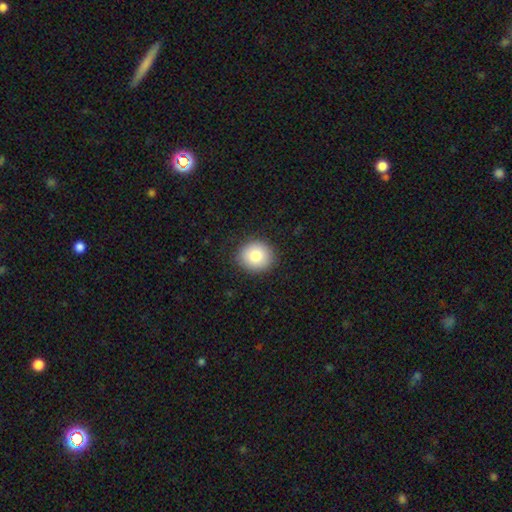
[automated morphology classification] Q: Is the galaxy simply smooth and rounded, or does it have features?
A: smooth — 83%.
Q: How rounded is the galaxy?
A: round — 85%.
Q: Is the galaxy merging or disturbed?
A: none — 89%.